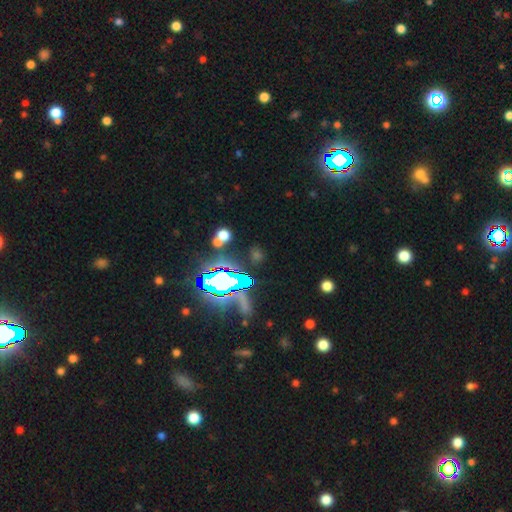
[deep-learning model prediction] Smooth or featured?
  - star or artifact: 65% *
  - smooth: 22%
  - featured or disk: 13%